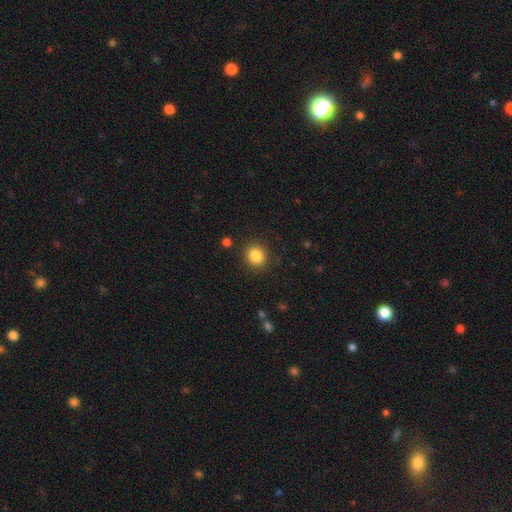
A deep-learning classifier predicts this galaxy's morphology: smooth-or-featured: smooth: 85% | star or artifact: 10% | featured or disk: 4%
  how-rounded: round: 86% | in between: 13% | cigar-shaped: 1%
  merging: none: 89% | minor disturbance: 7% | major disturbance: 3% | merger: 2%